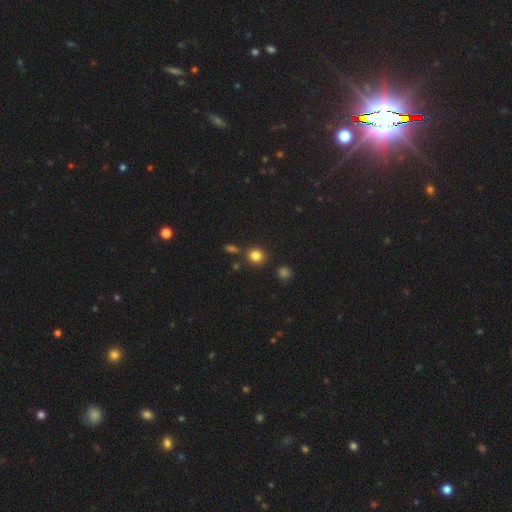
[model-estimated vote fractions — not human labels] Overall: smooth (82%). How rounded: round (83%). Merging: none (83%).